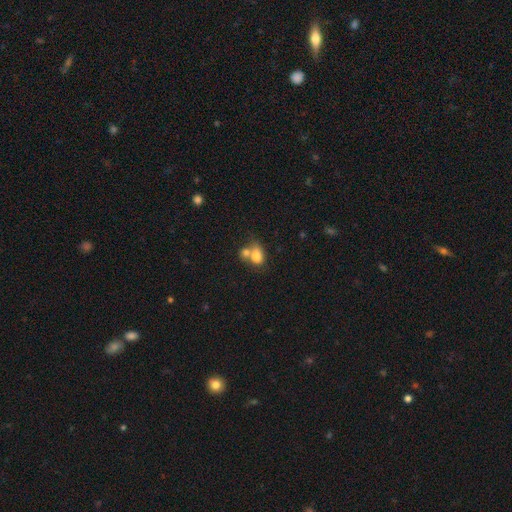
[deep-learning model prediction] This is likely a smooth galaxy (79%). How rounded: likely in between (71%). Merging: possibly merger (56%).